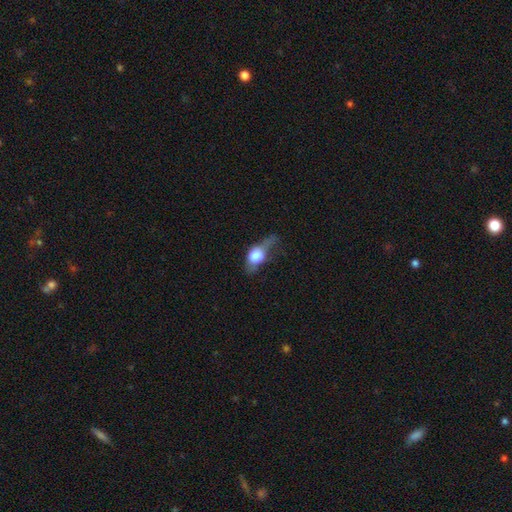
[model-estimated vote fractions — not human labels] Smooth or featured? smooth (62%)
How rounded? in between (61%)
Merging? major disturbance (39%)